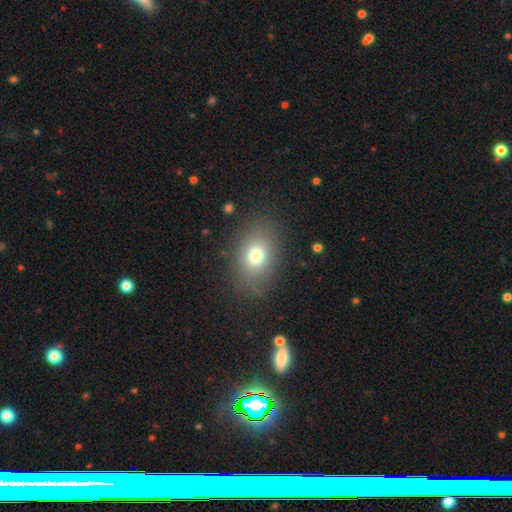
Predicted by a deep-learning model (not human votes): Smooth or featured? smooth (73%)
How rounded? in between (69%)
Merging? none (83%)